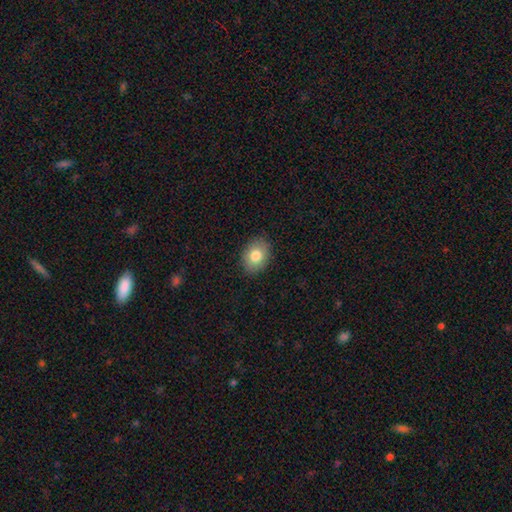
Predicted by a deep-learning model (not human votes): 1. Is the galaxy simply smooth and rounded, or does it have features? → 81% smooth, 11% featured or disk, 8% star or artifact.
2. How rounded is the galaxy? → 73% in between, 26% round, 1% cigar-shaped.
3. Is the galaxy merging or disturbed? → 88% none, 9% minor disturbance, 2% major disturbance, 1% merger.